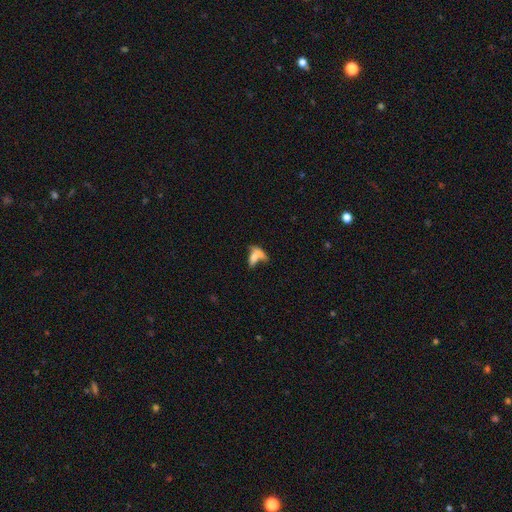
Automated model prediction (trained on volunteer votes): Q: Smooth or featured?
A: smooth (64%); runner-up: featured or disk (24%)
Q: How rounded?
A: in between (65%); runner-up: cigar-shaped (27%)
Q: Merging?
A: merger (56%); runner-up: none (23%)